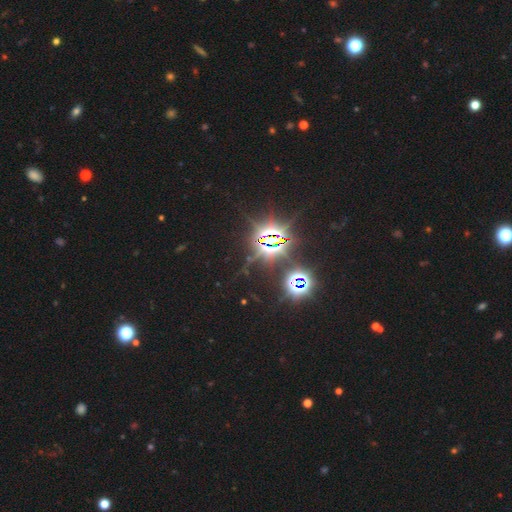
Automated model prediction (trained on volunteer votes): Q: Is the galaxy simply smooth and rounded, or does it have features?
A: star or artifact — 85%.